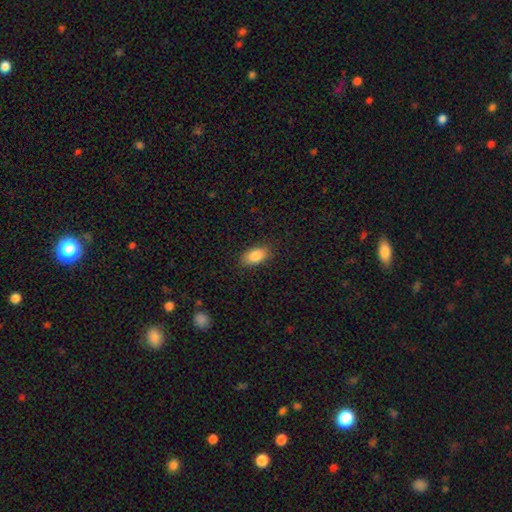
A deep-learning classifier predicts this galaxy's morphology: A smooth galaxy with no disk features (86%) that is in between round and cigar-shaped (92%). Merging: none (86%).